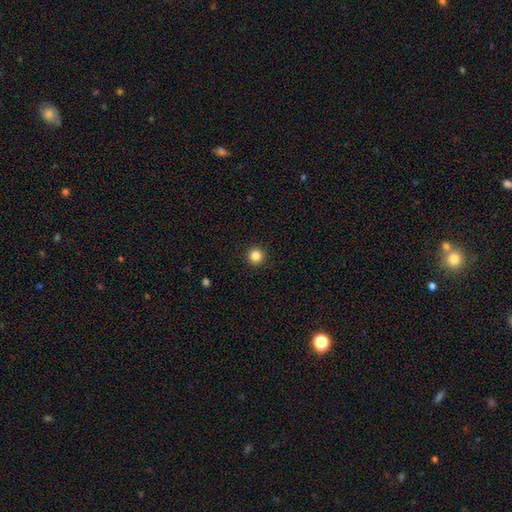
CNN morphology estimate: smooth_or_featured: smooth (p=0.84) [alt: star or artifact p=0.12]
how_rounded: round (p=0.96) [alt: in between p=0.03]
merging: none (p=0.93) [alt: minor disturbance p=0.04]